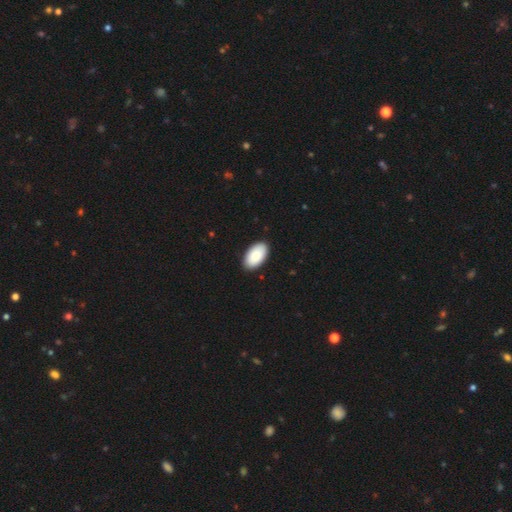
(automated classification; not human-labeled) smooth 87%, featured or disk 7%, star or artifact 6%. Down the decision tree: how rounded — in between (96%); merging — none (90%).